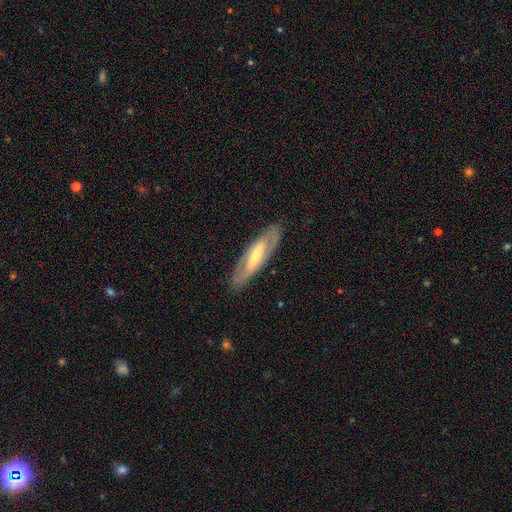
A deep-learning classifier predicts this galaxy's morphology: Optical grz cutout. It shows a featured or disk galaxy (67%). Merging: none (85%).